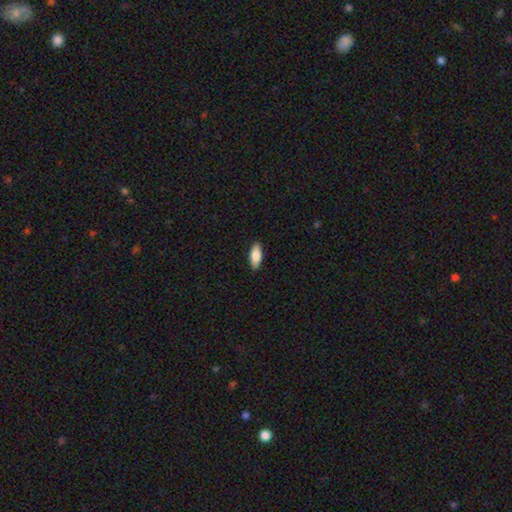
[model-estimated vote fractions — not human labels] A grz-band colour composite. It shows a smooth galaxy with no disk features (84%) that is in between round and cigar-shaped (79%). Merging: none (88%).